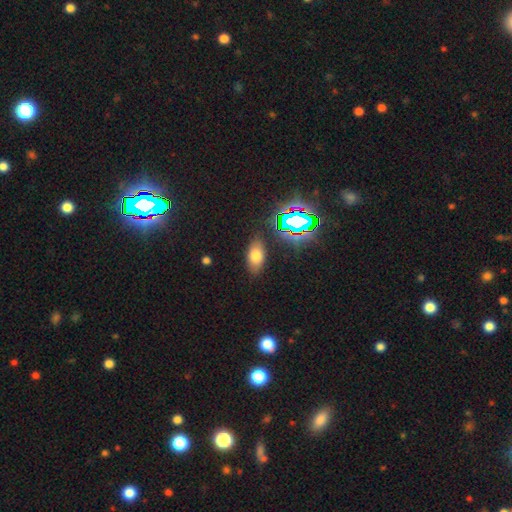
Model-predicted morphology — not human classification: This is likely a smooth galaxy (67%). How rounded: clearly in between (89%). Merging: clearly none (84%).